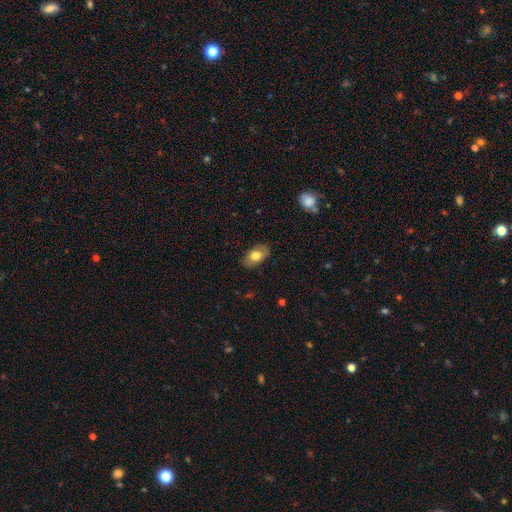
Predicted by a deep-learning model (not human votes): smooth-or-featured: smooth: 74% | featured or disk: 19% | star or artifact: 7%
  how-rounded: in between: 91% | round: 7% | cigar-shaped: 2%
  merging: none: 84% | minor disturbance: 13% | major disturbance: 3% | merger: 1%